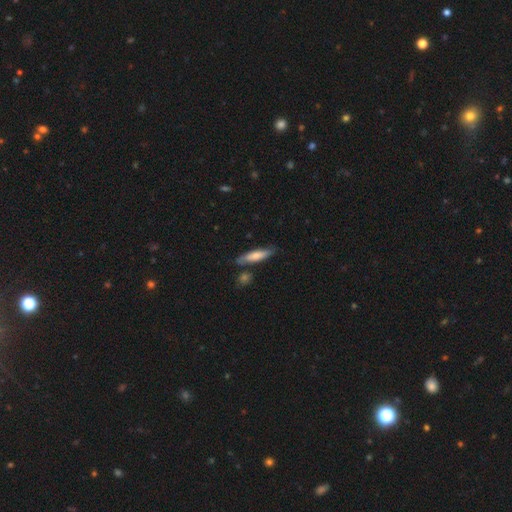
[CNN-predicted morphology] This is likely a smooth galaxy (63%). How rounded: likely cigar-shaped (76%). Merging: likely none (76%).